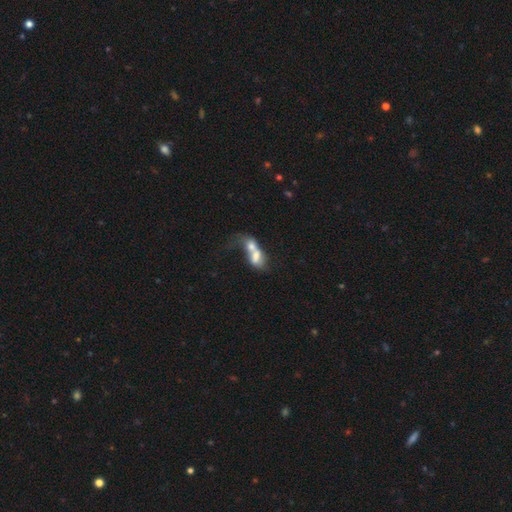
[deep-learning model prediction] smooth_or_featured: smooth (p=0.55) [alt: featured or disk p=0.35]
how_rounded: in between (p=0.74) [alt: round p=0.19]
merging: merger (p=0.75) [alt: major disturbance p=0.12]